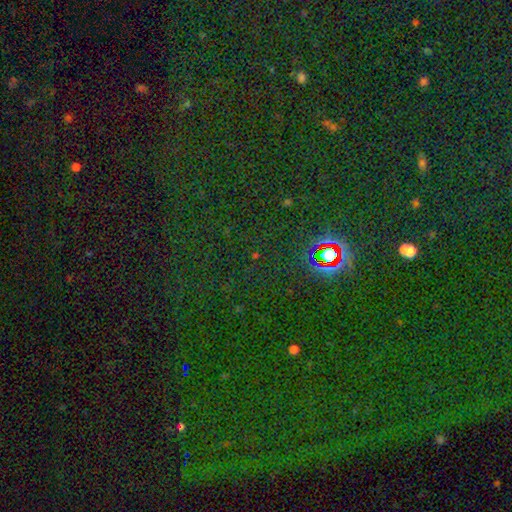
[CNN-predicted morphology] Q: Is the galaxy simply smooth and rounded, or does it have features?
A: star or artifact — 80%.